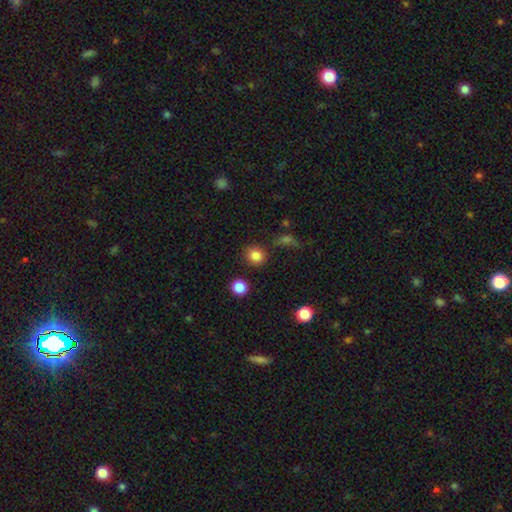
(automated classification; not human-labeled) Smooth or featured?
  - smooth: 83% *
  - star or artifact: 12%
  - featured or disk: 5%
How rounded?
  - round: 81% *
  - in between: 18%
  - cigar-shaped: 1%
Merging?
  - none: 83% *
  - minor disturbance: 9%
  - merger: 5%
  - major disturbance: 4%